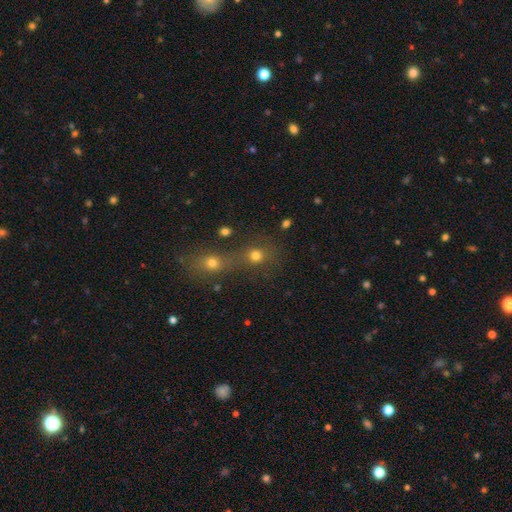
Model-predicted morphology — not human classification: smooth-or-featured: smooth: 67% | star or artifact: 22% | featured or disk: 11%
  how-rounded: round: 79% | in between: 19% | cigar-shaped: 2%
  merging: merger: 52% | none: 36% | minor disturbance: 7% | major disturbance: 5%